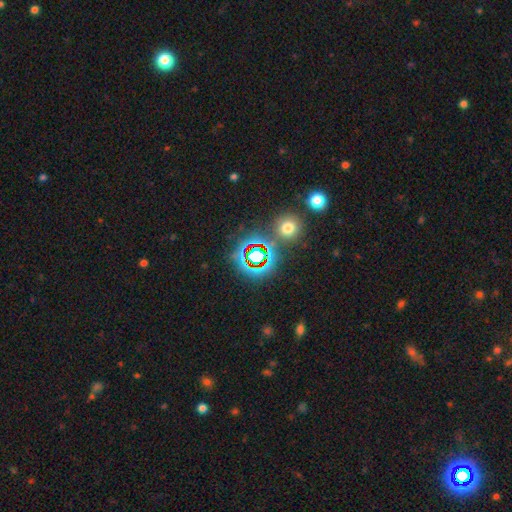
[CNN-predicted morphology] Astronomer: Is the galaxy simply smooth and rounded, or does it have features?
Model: star or artifact — 72%.